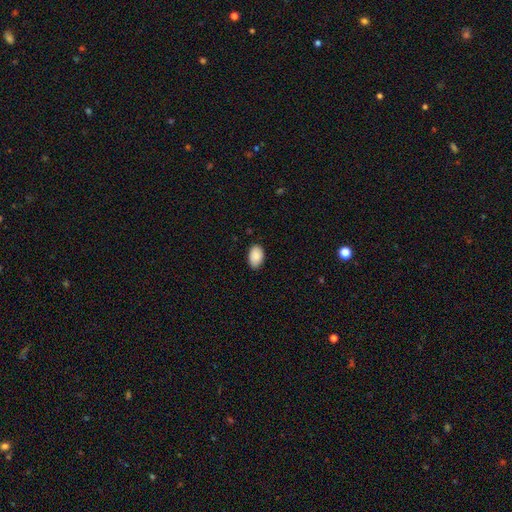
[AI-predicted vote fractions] This appears to be a smooth galaxy with no disk features (90%) that is in between round and cigar-shaped (92%). Merging: none (85%).